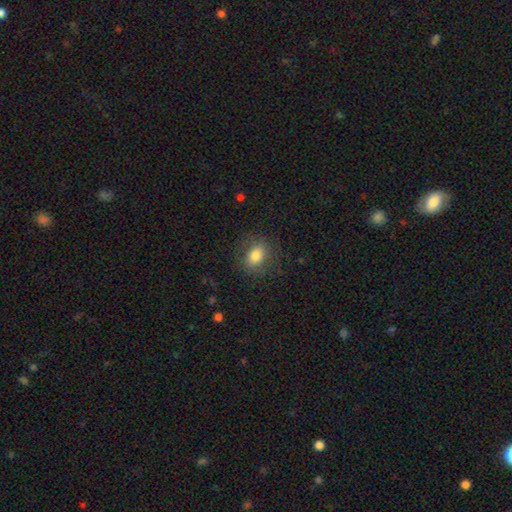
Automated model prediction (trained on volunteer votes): Morphology: type=smooth (76%); roundness=in between (64%); merging=none (78%).